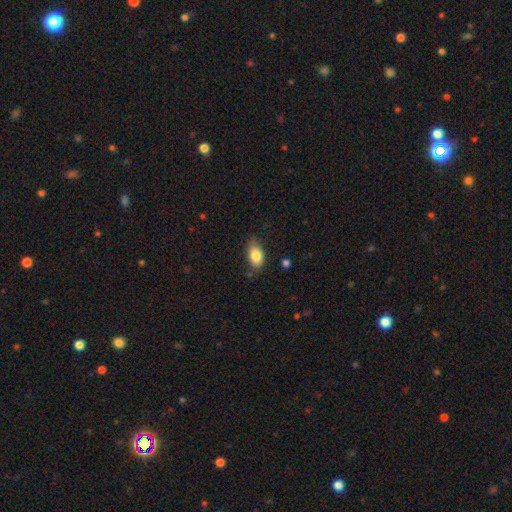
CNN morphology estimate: Smooth or featured? Predicted: smooth (p=0.84). How rounded? Predicted: in between (p=0.89). Merging? Predicted: none (p=0.72).